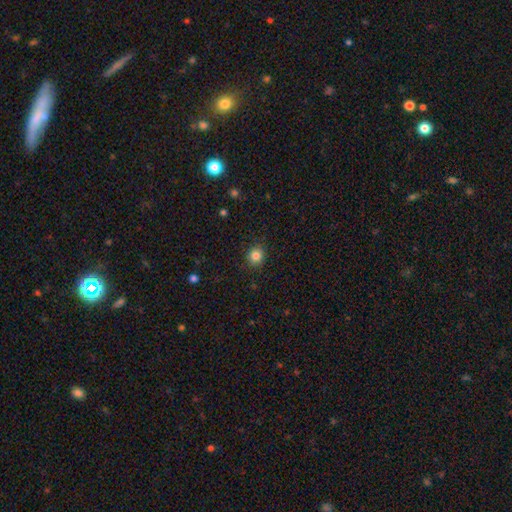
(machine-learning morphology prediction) A smooth galaxy with no disk features (85%) that is round (84%). Merging: none (90%).